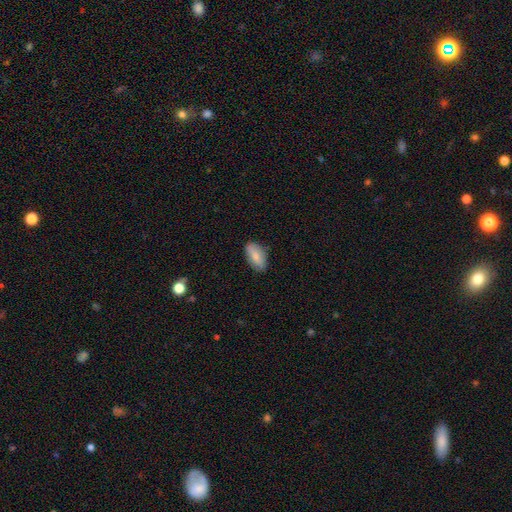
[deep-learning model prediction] Smooth or featured? smooth (80%)
How rounded? in between (92%)
Merging? none (83%)